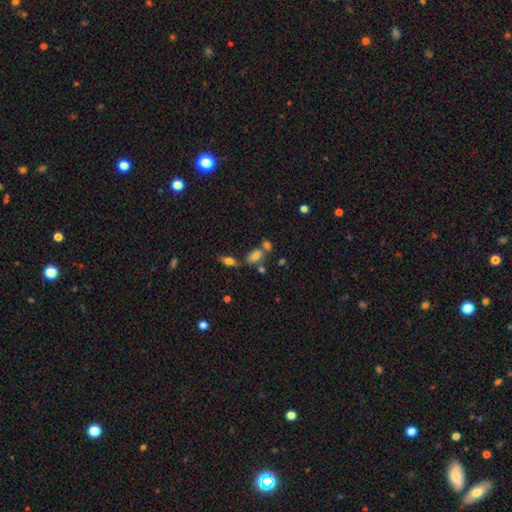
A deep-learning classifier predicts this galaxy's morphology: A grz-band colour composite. It shows a smooth galaxy with no disk features (72%) that is in between round and cigar-shaped (85%). Merging: none (50%).